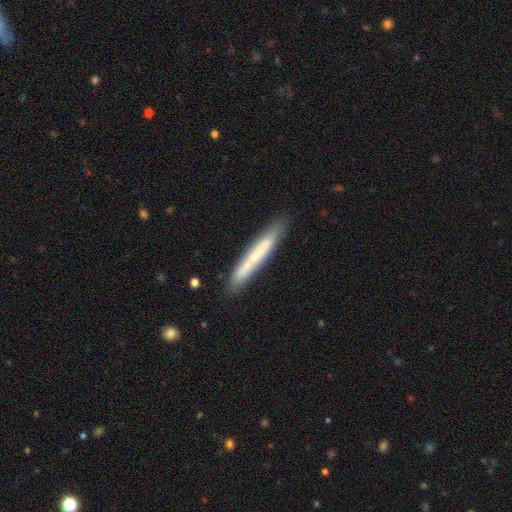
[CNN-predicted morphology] This appears to be a smooth galaxy with no disk features (57%) that is cigar-shaped (95%). Merging: none (83%).